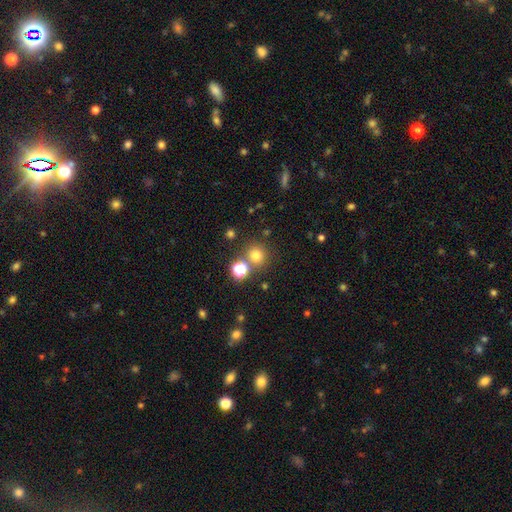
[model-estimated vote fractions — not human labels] Smooth or featured: smooth — 74% (star or artifact — 19%)
How rounded: round — 91% (in between — 8%)
Merging: none — 76% (merger — 13%)